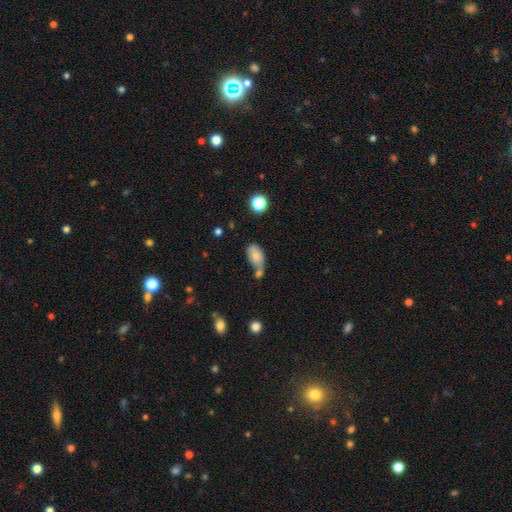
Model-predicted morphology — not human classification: A smooth galaxy with no disk features (77%) that is in between round and cigar-shaped (91%). Merging: none (36%).